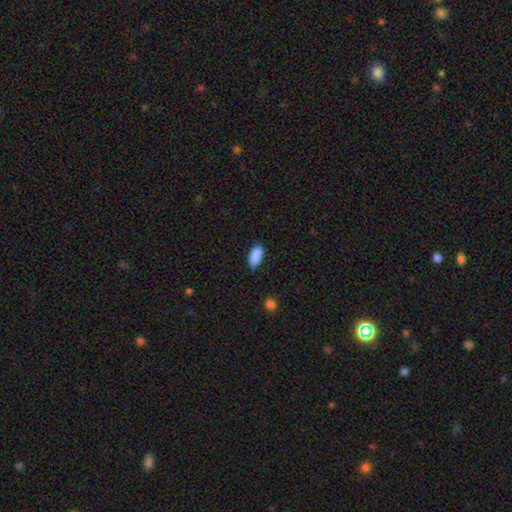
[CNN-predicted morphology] A smooth galaxy with no disk features (89%) that is in between round and cigar-shaped (85%).

Vote fractions:
- Smooth or featured? smooth: 89% / star or artifact: 7% / featured or disk: 4%
- How rounded? in between: 85% / cigar-shaped: 12% / round: 2%
- Merging? none: 81% / minor disturbance: 15% / major disturbance: 2% / merger: 1%